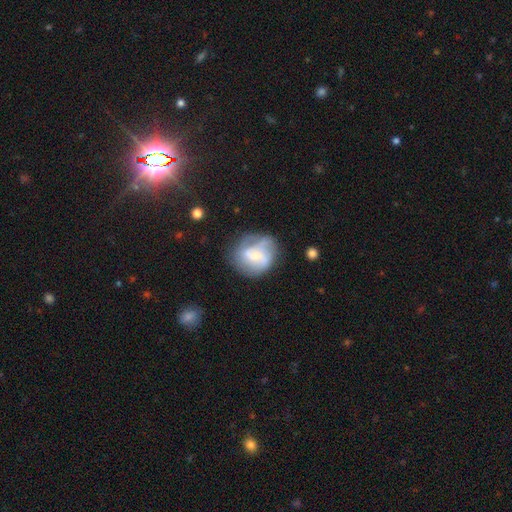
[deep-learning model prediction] A featured or disk galaxy (63%) with no bar (46%), spiral arms (81%) and a small central bulge (53%). Merging: none (59%).